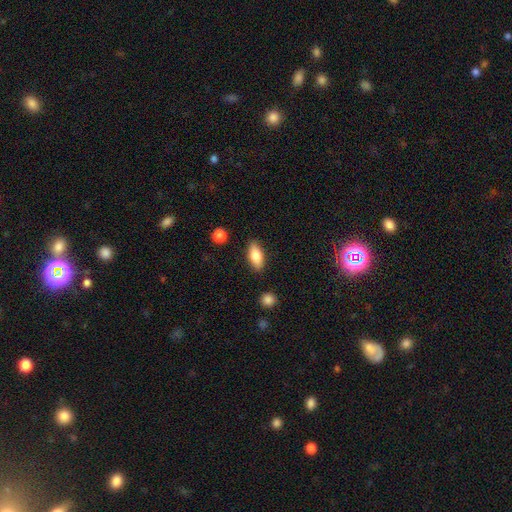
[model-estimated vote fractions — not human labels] Smooth or featured?
  - smooth: 79% *
  - featured or disk: 14%
  - star or artifact: 7%
How rounded?
  - in between: 81% *
  - cigar-shaped: 16%
  - round: 3%
Merging?
  - none: 85% *
  - minor disturbance: 10%
  - major disturbance: 2%
  - merger: 2%